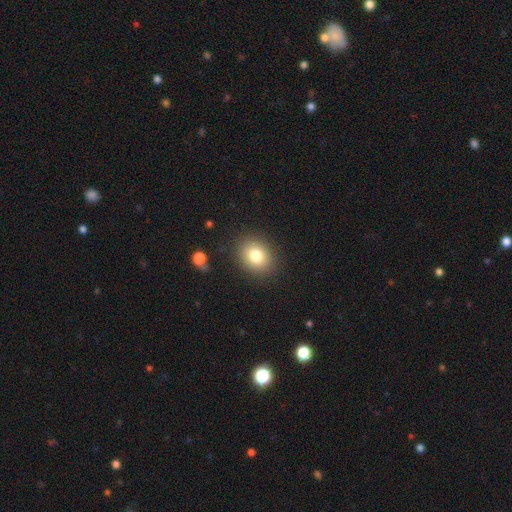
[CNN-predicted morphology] Smooth or featured?
  - smooth: 80% *
  - star or artifact: 11%
  - featured or disk: 10%
How rounded?
  - round: 55% *
  - in between: 44%
  - cigar-shaped: 1%
Merging?
  - none: 87% *
  - minor disturbance: 8%
  - major disturbance: 3%
  - merger: 2%